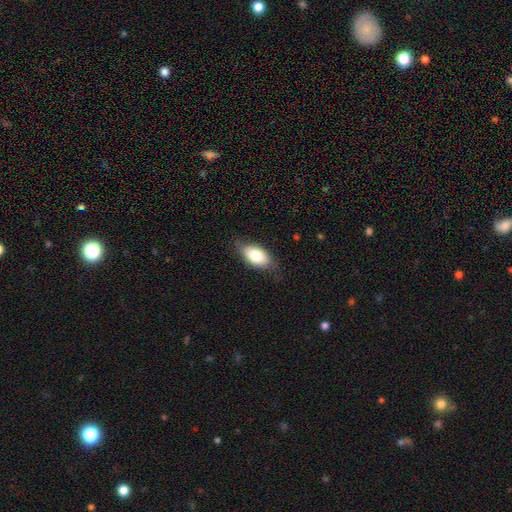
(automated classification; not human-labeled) smooth 78%, featured or disk 16%, star or artifact 7%. Down the decision tree: how rounded — in between (91%); merging — none (72%).